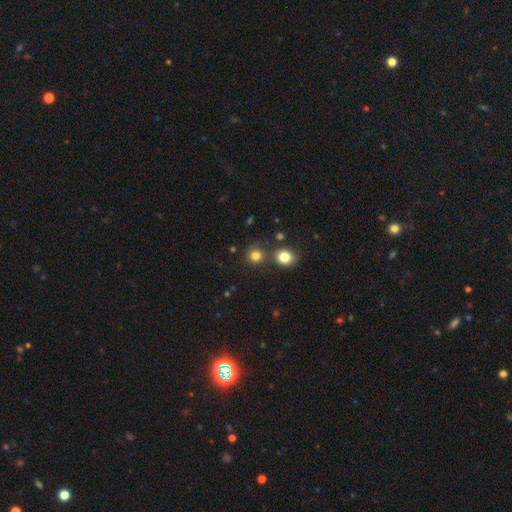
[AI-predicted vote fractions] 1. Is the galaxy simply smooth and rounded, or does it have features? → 80% smooth, 14% star or artifact, 6% featured or disk.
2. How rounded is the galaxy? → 90% round, 9% in between, 1% cigar-shaped.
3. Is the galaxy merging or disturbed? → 74% none, 14% merger, 9% minor disturbance, 3% major disturbance.